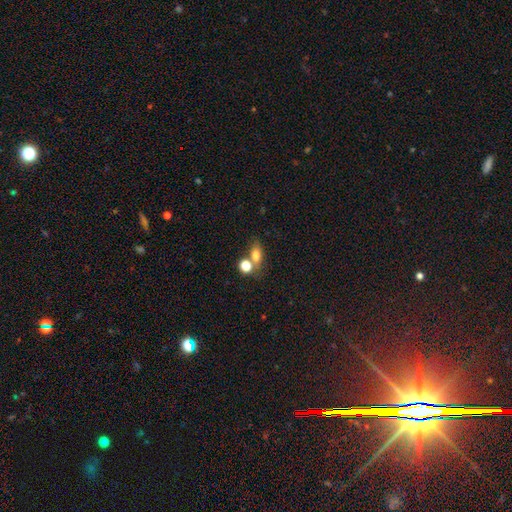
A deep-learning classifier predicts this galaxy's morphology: Smooth or featured?
  - smooth: 75% *
  - star or artifact: 13%
  - featured or disk: 11%
How rounded?
  - in between: 68% *
  - round: 27%
  - cigar-shaped: 5%
Merging?
  - none: 51% *
  - merger: 32%
  - minor disturbance: 12%
  - major disturbance: 6%